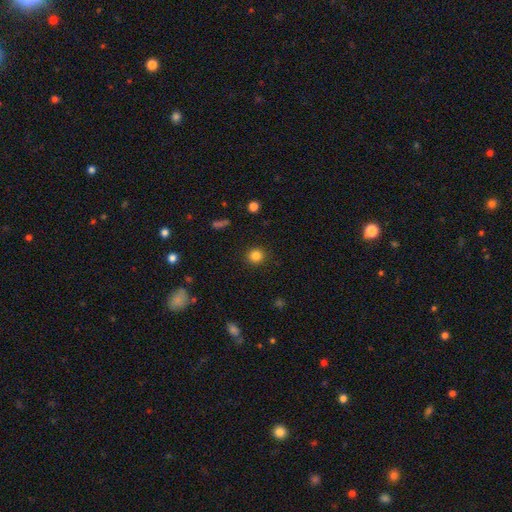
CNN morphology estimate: Smooth or featured? Predicted: smooth (p=0.84). How rounded? Predicted: round (p=0.91). Merging? Predicted: none (p=0.91).